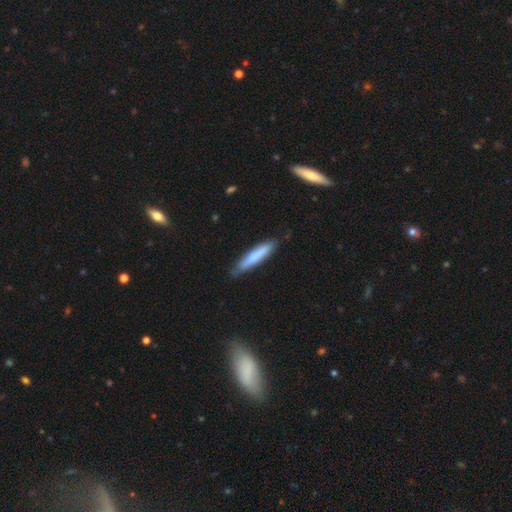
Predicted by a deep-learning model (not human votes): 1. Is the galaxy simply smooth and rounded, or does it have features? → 76% smooth, 19% featured or disk, 5% star or artifact.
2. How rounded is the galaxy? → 90% cigar-shaped, 9% in between, 1% round.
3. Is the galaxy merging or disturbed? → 82% none, 15% minor disturbance, 2% major disturbance, 1% merger.